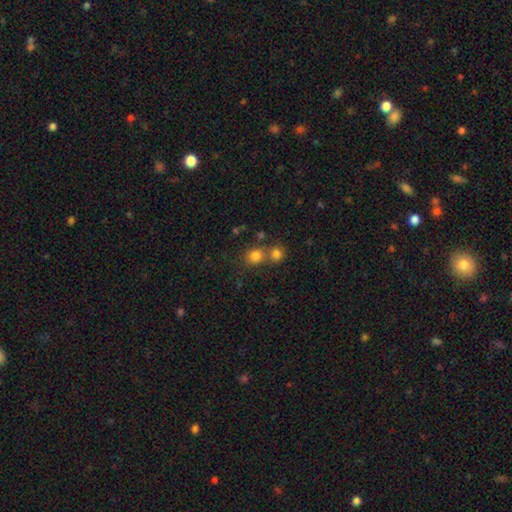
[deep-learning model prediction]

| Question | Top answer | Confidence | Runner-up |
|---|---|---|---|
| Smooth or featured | smooth | 79% | star or artifact (14%) |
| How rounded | round | 79% | in between (20%) |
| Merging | none | 53% | merger (37%) |